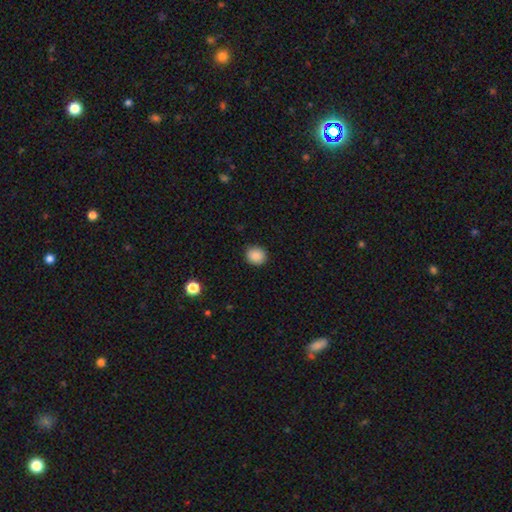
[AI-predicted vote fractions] Q: Smooth or featured?
A: smooth (88%); runner-up: star or artifact (9%)
Q: How rounded?
A: round (82%); runner-up: in between (17%)
Q: Merging?
A: none (90%); runner-up: minor disturbance (7%)